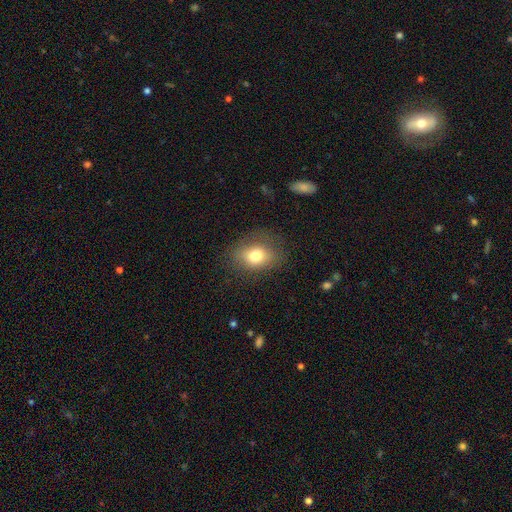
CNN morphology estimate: This is likely a smooth galaxy (75%). How rounded: likely in between (66%). Merging: likely none (77%).